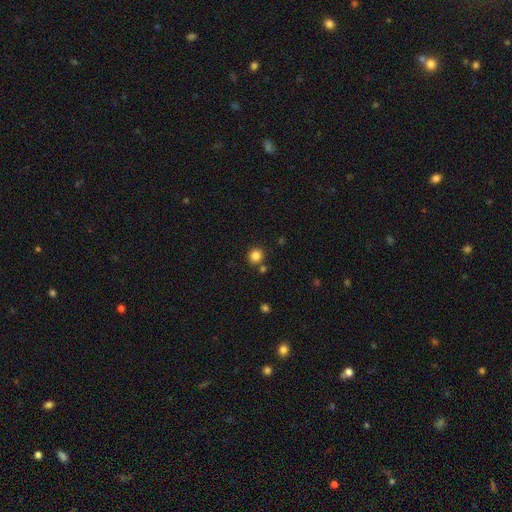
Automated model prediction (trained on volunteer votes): A smooth galaxy with no disk features (84%) that is round (88%).

Vote fractions:
- Smooth or featured? smooth: 84% / star or artifact: 12% / featured or disk: 4%
- How rounded? round: 88% / in between: 12% / cigar-shaped: 1%
- Merging? none: 82% / minor disturbance: 8% / merger: 8% / major disturbance: 3%